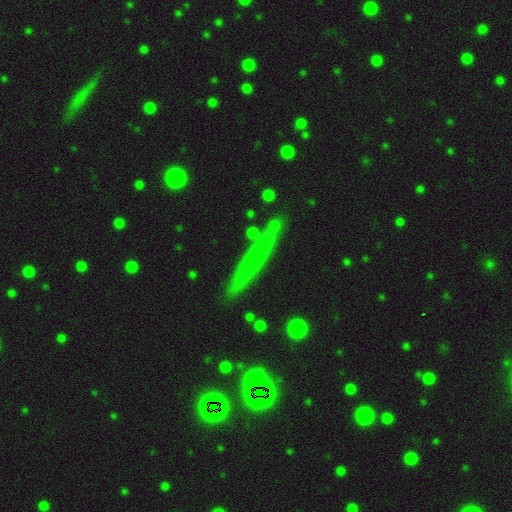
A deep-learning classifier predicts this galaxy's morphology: Q: Smooth or featured?
A: smooth (55%); runner-up: featured or disk (37%)
Q: How rounded?
A: cigar-shaped (94%); runner-up: in between (4%)
Q: Merging?
A: none (81%); runner-up: minor disturbance (12%)